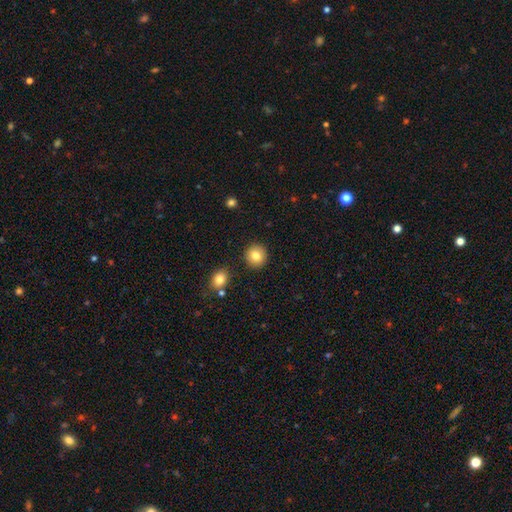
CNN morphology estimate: Smooth or featured? Predicted: smooth (p=0.82). How rounded? Predicted: round (p=0.89). Merging? Predicted: none (p=0.89).